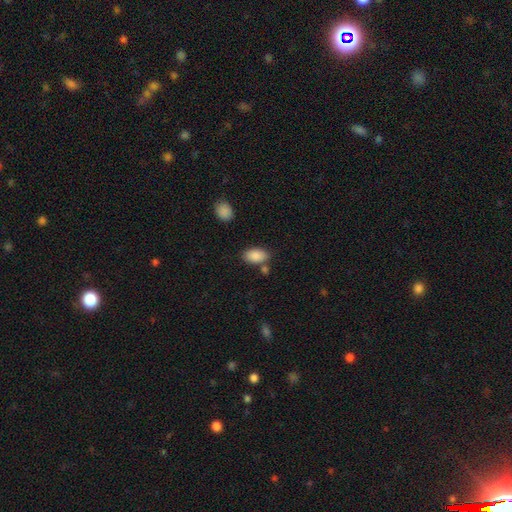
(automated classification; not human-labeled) Morphology: type=smooth (88%); roundness=in between (93%); merging=none (73%).